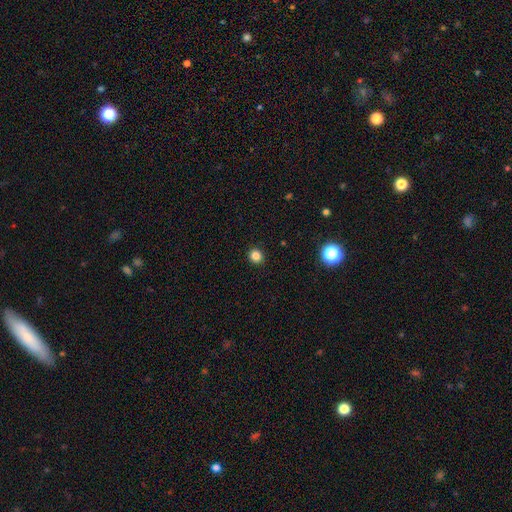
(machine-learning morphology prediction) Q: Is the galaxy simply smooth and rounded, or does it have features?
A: smooth — 83%.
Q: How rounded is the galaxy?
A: round — 87%.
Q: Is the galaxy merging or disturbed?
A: none — 93%.